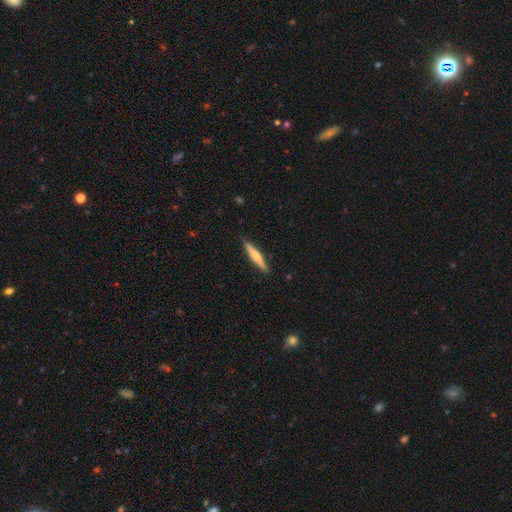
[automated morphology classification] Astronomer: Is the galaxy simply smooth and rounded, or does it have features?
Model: smooth — 51% (runner-up: featured or disk, 43%).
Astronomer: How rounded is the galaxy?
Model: cigar-shaped — 92%.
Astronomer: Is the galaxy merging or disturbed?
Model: none — 89%.